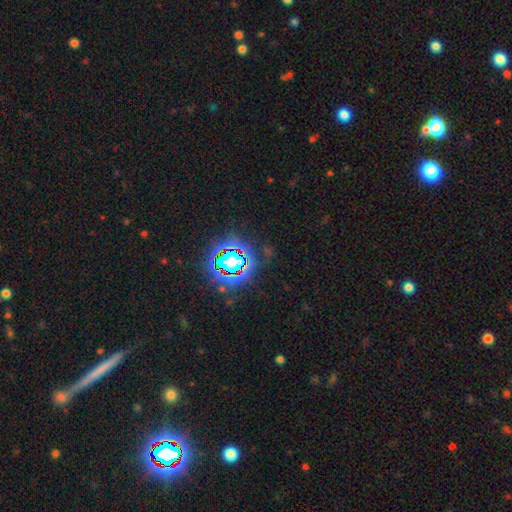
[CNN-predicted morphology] smooth_or_featured: star or artifact (p=0.81) [alt: smooth p=0.11]